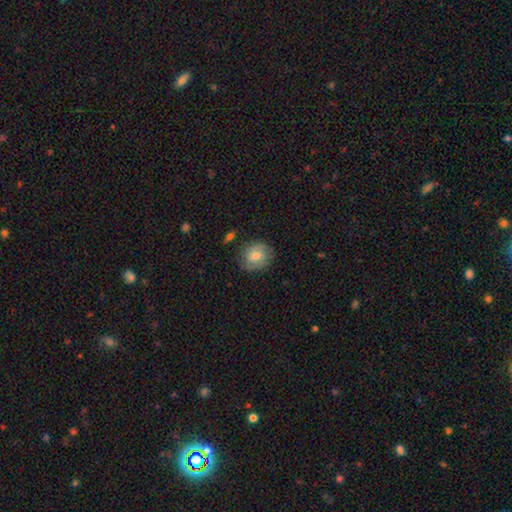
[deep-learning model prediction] Smooth or featured?
  - smooth: 47% *
  - featured or disk: 45%
  - star or artifact: 8%
Merging?
  - none: 78% *
  - minor disturbance: 16%
  - major disturbance: 4%
  - merger: 2%